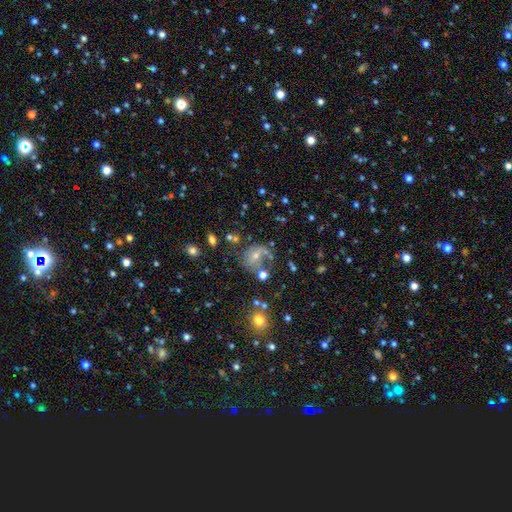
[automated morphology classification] Smooth or featured? featured or disk (43%)
Merging? none (40%)